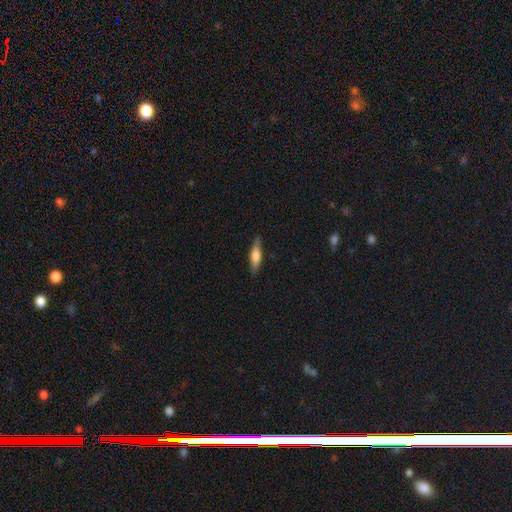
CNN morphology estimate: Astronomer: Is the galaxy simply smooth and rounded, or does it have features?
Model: smooth — 61%.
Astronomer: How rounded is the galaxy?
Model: cigar-shaped — 68%.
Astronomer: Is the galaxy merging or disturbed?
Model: none — 85%.